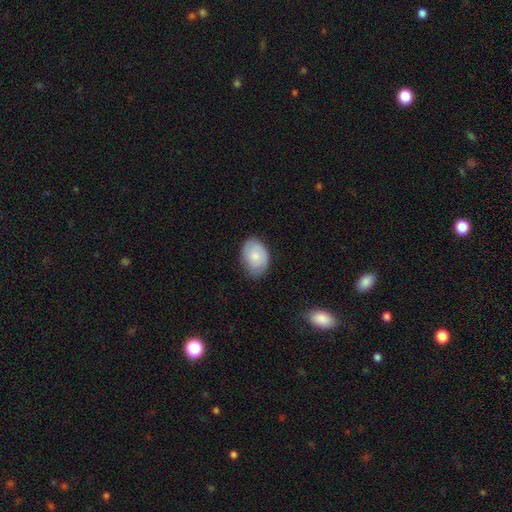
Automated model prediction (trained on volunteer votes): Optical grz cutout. It shows a smooth galaxy with no disk features (74%) that is in between round and cigar-shaped (81%). Merging: none (75%).